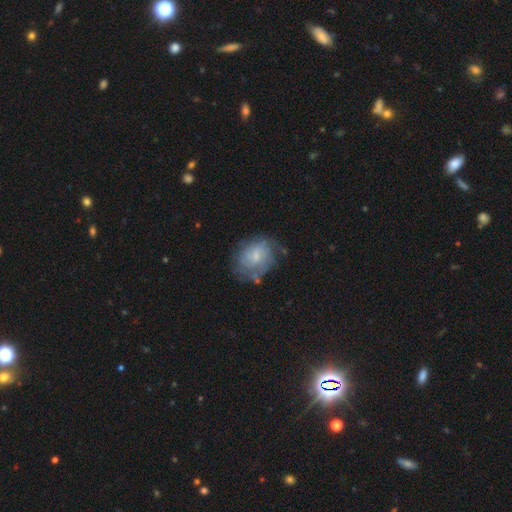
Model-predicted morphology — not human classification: A featured or disk galaxy (51%). Merging: none (57%).